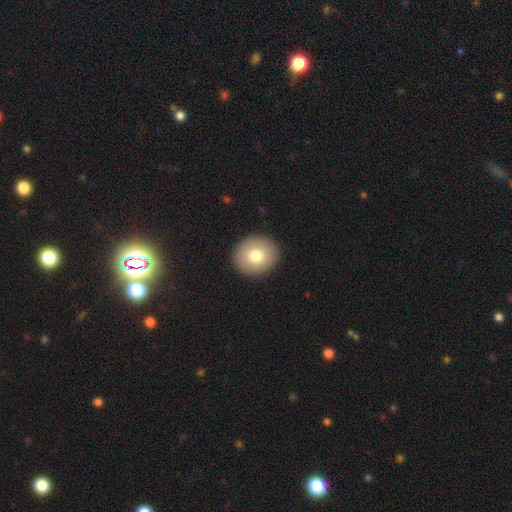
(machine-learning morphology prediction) This is likely a smooth galaxy (77%). How rounded: likely round (78%). Merging: clearly none (92%).